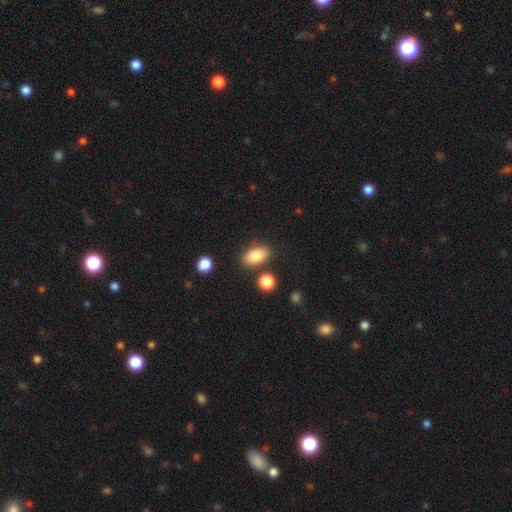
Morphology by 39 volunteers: A smooth galaxy with no disk features (87%) that is in between round and cigar-shaped (85%). Merging: none (86%).